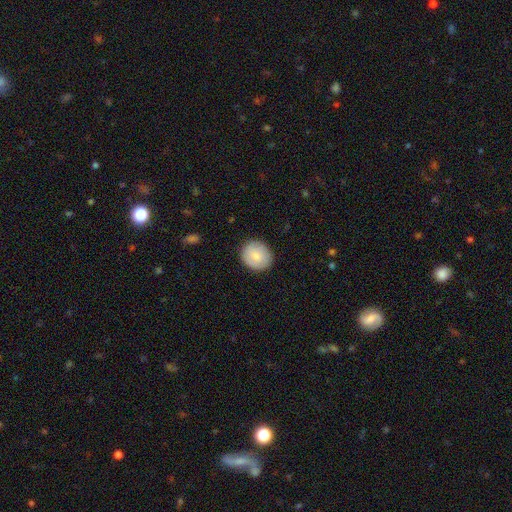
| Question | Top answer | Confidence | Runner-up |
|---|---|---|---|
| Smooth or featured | smooth | 78% | featured or disk (16%) |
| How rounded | round | 83% | in between (17%) |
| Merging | none | 89% | minor disturbance (11%) |